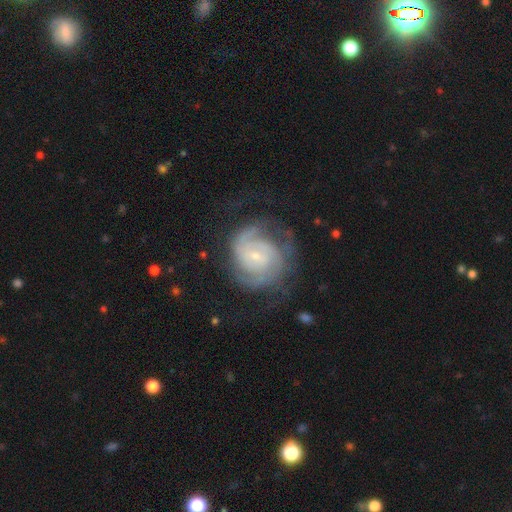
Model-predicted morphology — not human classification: featured or disk 85%, smooth 10%, star or artifact 5%. Down the decision tree: edge-on disk — no (98%); bar — no (50%); spiral arms — yes (96%); spiral arm count — 2 (39%); spiral winding — tight (58%); bulge size — small (75%); merging — none (64%).